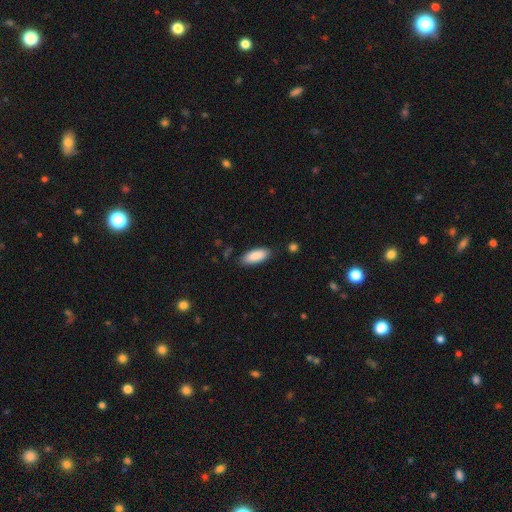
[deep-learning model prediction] smooth 89%, star or artifact 6%, featured or disk 5%. Down the decision tree: how rounded — in between (79%); merging — none (85%).